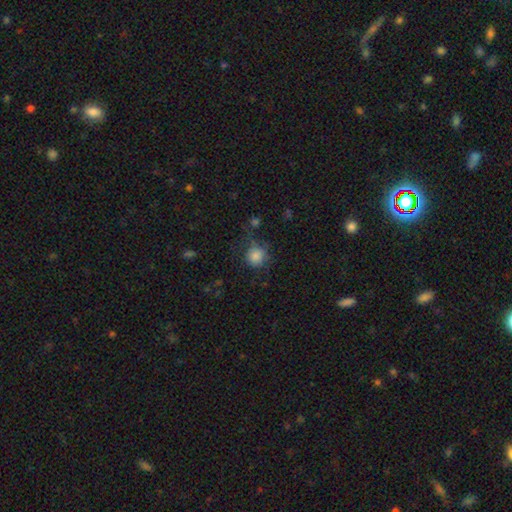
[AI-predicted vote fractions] Morphology: type=smooth (84%); roundness=round (87%); merging=none (60%).